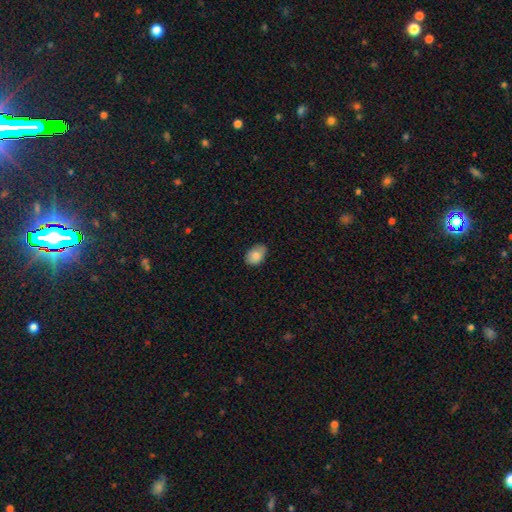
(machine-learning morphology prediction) Smooth or featured? smooth (83%)
How rounded? in between (82%)
Merging? none (76%)